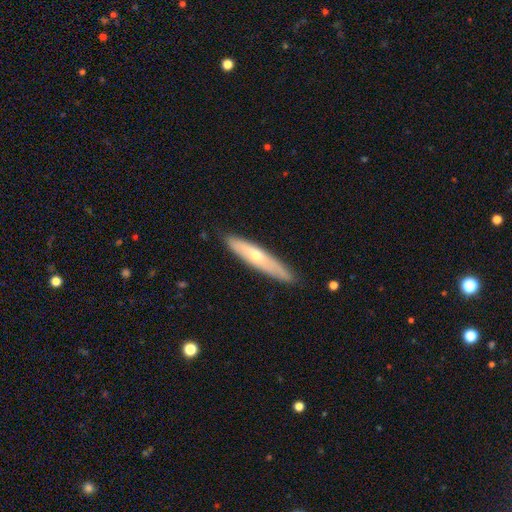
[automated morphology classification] Smooth or featured? Predicted: featured or disk (p=0.47, tied with smooth). Merging? Predicted: none (p=0.85).